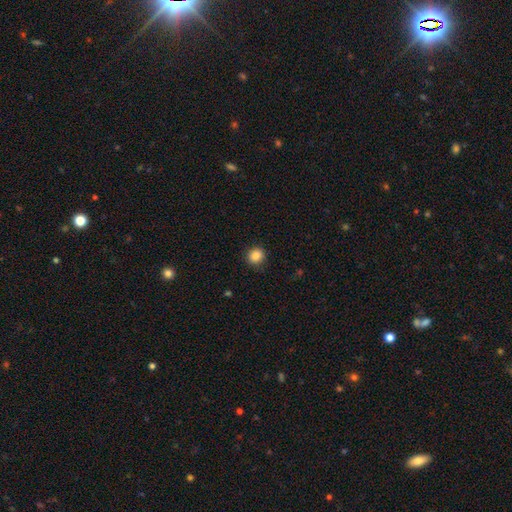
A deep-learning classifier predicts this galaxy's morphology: Smooth or featured? smooth (87%)
How rounded? round (86%)
Merging? none (89%)